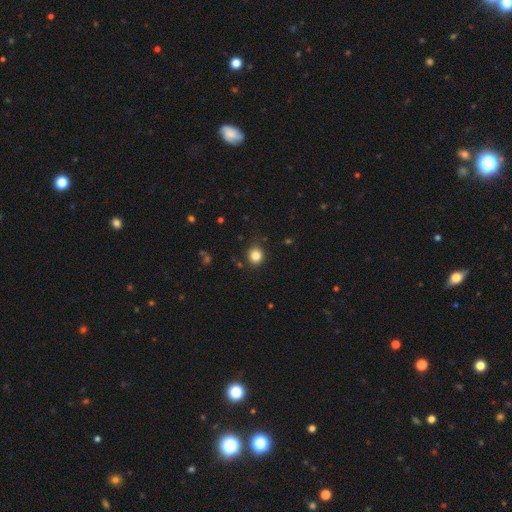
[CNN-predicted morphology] The model was most divided on "smooth or featured": smooth: 84%, star or artifact: 12%, featured or disk: 4%. More confident: how rounded — round (86%); merging — none (84%).